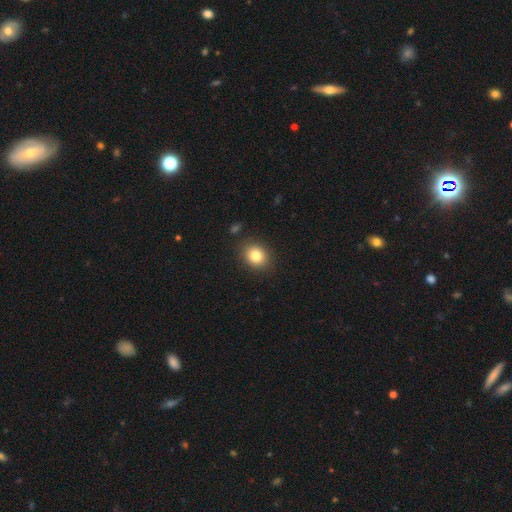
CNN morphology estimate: Overall: smooth (82%). How rounded: round (64%; in between 35%). Merging: none (86%).